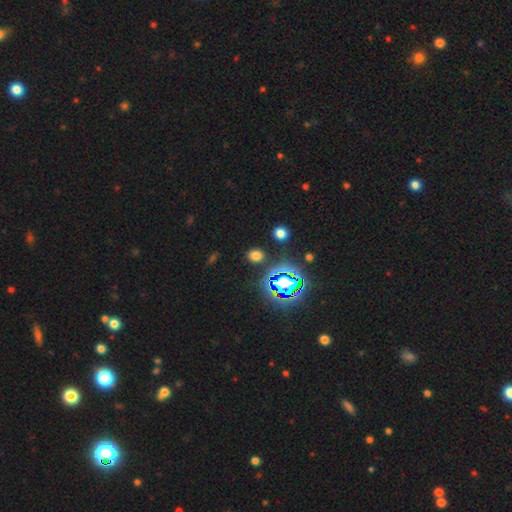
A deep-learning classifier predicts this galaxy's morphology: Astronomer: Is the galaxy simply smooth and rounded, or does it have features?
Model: smooth — 62%.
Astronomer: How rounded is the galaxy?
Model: round — 60% (runner-up: in between, 38%).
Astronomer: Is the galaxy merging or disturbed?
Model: none — 86%.